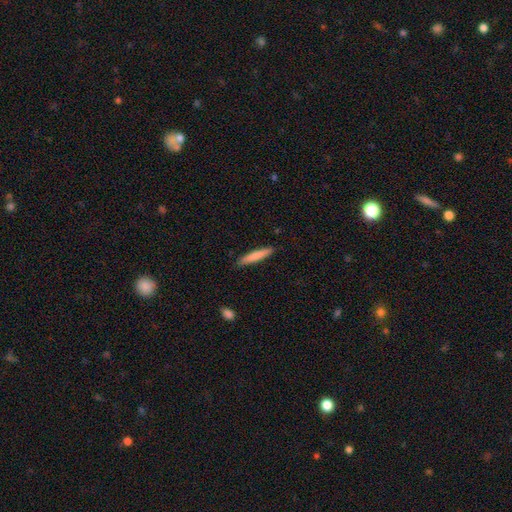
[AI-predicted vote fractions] Smooth or featured? Predicted: smooth (p=0.76). How rounded? Predicted: cigar-shaped (p=0.92). Merging? Predicted: none (p=0.89).